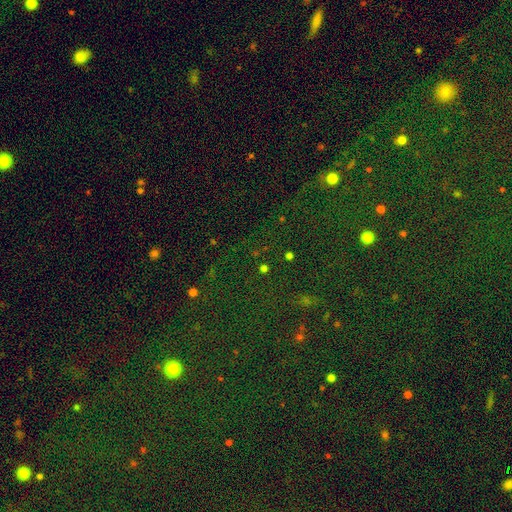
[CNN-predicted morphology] A star or artifact, not a galaxy (82%).

Vote fractions:
- Smooth or featured? star or artifact: 82% / smooth: 11% / featured or disk: 7%